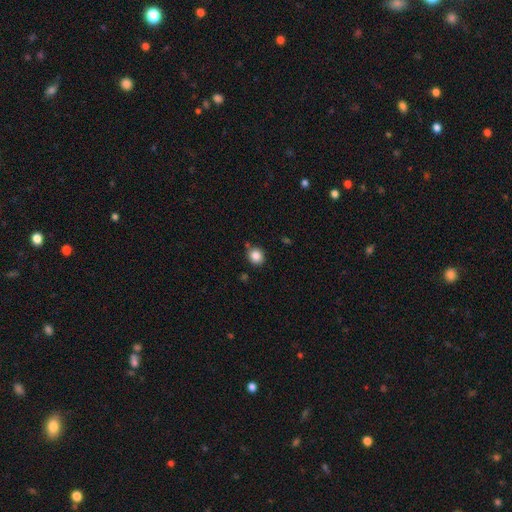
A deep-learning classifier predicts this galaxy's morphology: smooth 85%, star or artifact 10%, featured or disk 5%. Down the decision tree: how rounded — round (82%); merging — none (79%).